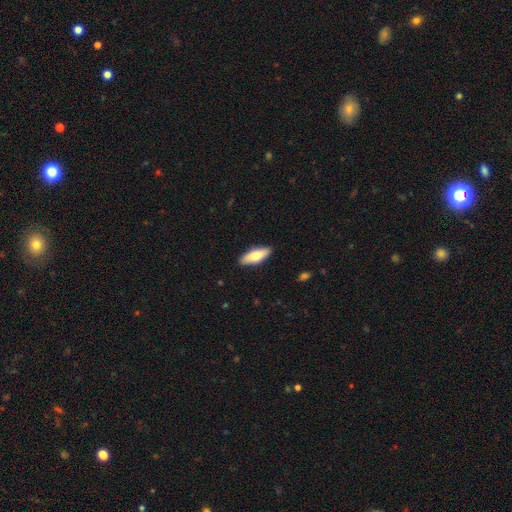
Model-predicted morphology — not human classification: A smooth galaxy with no disk features (74%) that is in between round and cigar-shaped (68%). Merging: none (89%).